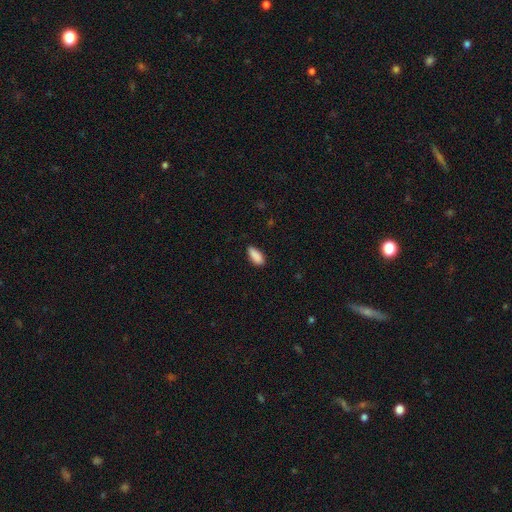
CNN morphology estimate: A smooth galaxy with no disk features (89%) that is in between round and cigar-shaped (84%).

Vote fractions:
- Smooth or featured? smooth: 89% / star or artifact: 7% / featured or disk: 4%
- How rounded? in between: 84% / cigar-shaped: 14% / round: 2%
- Merging? none: 83% / minor disturbance: 13% / major disturbance: 2% / merger: 1%